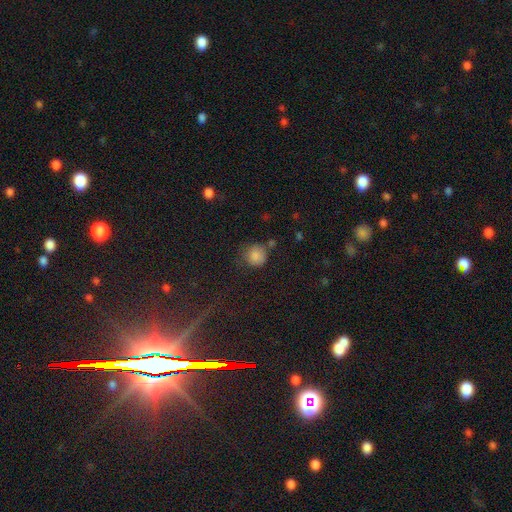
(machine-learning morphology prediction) Smooth or featured: smooth — 83% (star or artifact — 11%)
How rounded: round — 88% (in between — 11%)
Merging: none — 62% (minor disturbance — 22%)